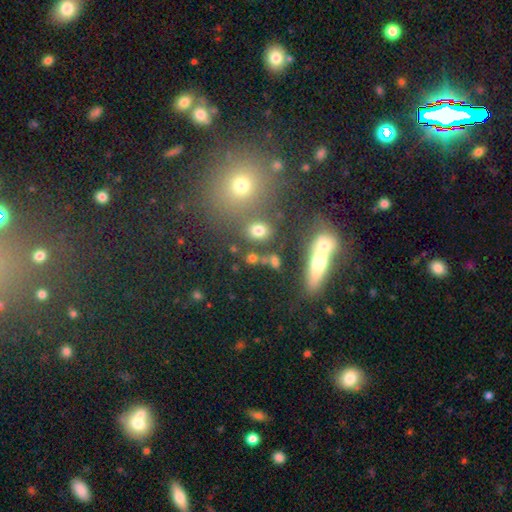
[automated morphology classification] smooth 56%, star or artifact 25%, featured or disk 19%. Down the decision tree: how rounded — round (47%); merging — none (65%).